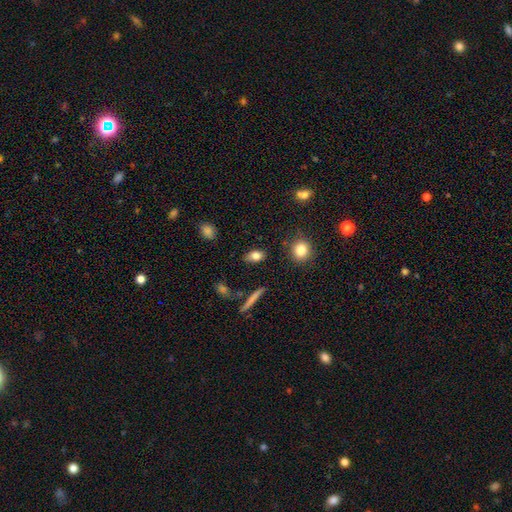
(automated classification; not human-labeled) A smooth galaxy with no disk features (79%) that is in between round and cigar-shaped (81%). Merging: none (83%).